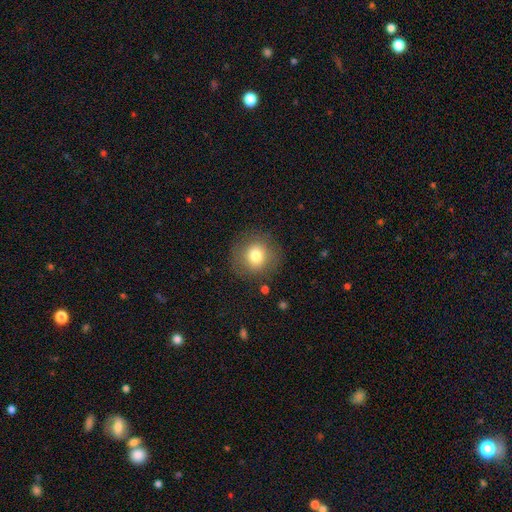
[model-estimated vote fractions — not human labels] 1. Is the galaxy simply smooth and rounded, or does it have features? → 76% smooth, 13% featured or disk, 11% star or artifact.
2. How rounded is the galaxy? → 91% round, 8% in between, 1% cigar-shaped.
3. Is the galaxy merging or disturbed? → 85% none, 10% minor disturbance, 4% major disturbance, 1% merger.